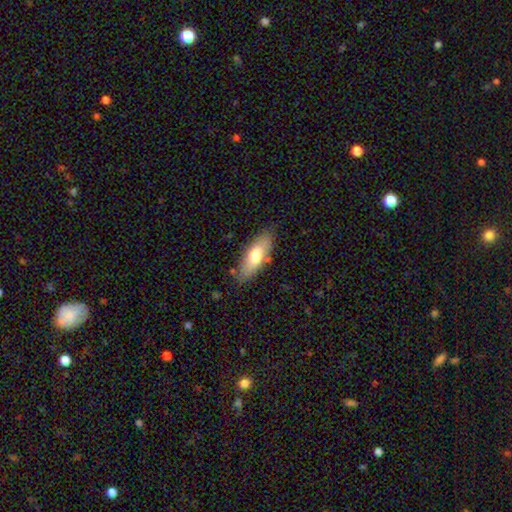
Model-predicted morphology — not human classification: smooth_or_featured: smooth (p=0.70) [alt: featured or disk p=0.24]
how_rounded: in between (p=0.73) [alt: cigar-shaped p=0.25]
merging: none (p=0.80) [alt: minor disturbance p=0.15]